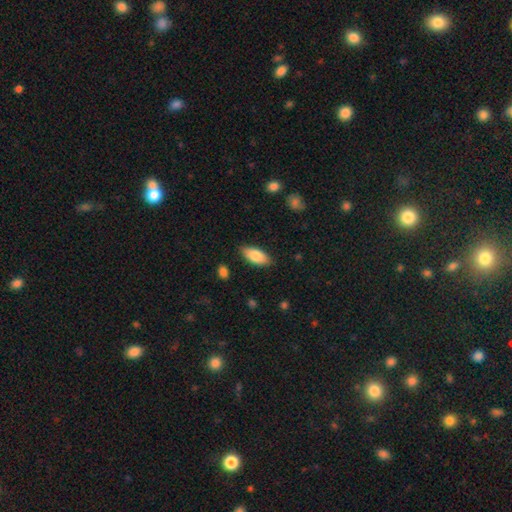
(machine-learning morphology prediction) Smooth or featured? smooth (83%)
How rounded? in between (87%)
Merging? none (86%)